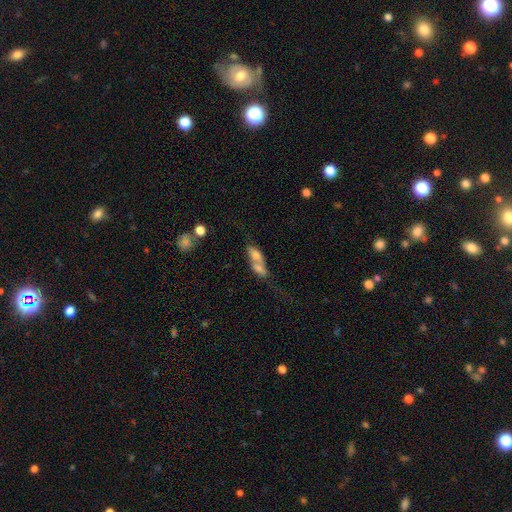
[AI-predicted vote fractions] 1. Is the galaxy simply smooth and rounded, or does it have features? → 60% smooth, 30% featured or disk, 10% star or artifact.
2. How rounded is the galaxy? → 72% in between, 20% cigar-shaped, 8% round.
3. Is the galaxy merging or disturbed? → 66% merger, 17% none, 9% major disturbance, 8% minor disturbance.